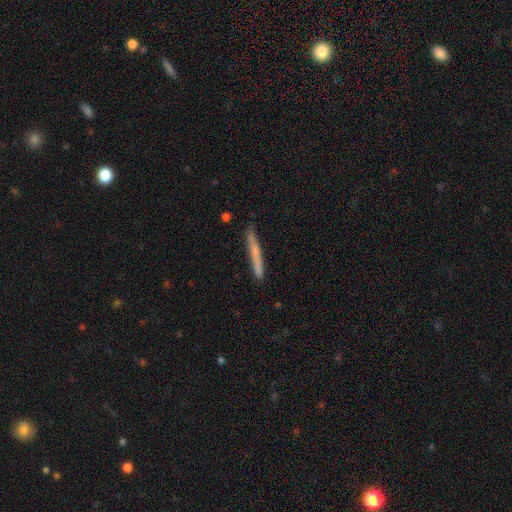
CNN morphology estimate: The model was most divided on "smooth or featured": smooth: 55%, featured or disk: 39%, star or artifact: 6%. More confident: how rounded — cigar-shaped (97%); merging — none (85%).